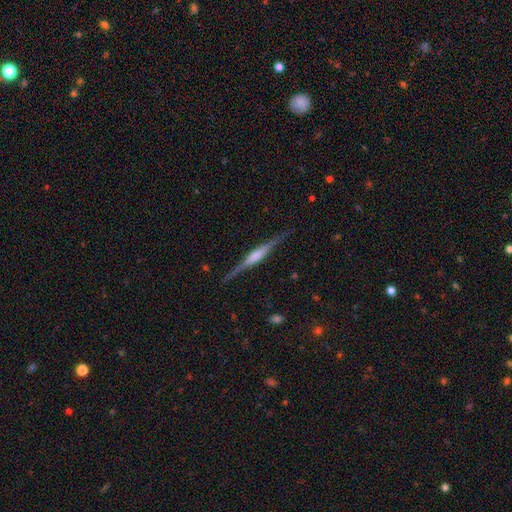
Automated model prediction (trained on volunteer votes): Smooth or featured?
  - featured or disk: 78% *
  - smooth: 17%
  - star or artifact: 6%
Edge-on disk?
  - yes: 98% *
  - no: 2%
Edge-on bulge?
  - rounded: 51% *
  - boxy: 39%
  - none: 11%
Merging?
  - none: 86% *
  - minor disturbance: 10%
  - major disturbance: 2%
  - merger: 1%